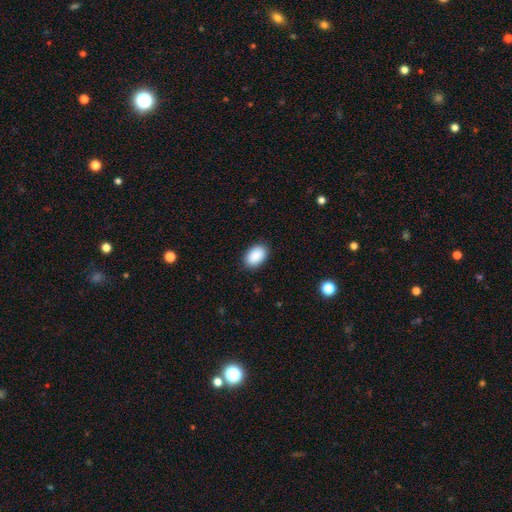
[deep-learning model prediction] Smooth or featured: smooth — 91% (star or artifact — 7%)
How rounded: in between — 87% (round — 12%)
Merging: none — 88% (minor disturbance — 9%)